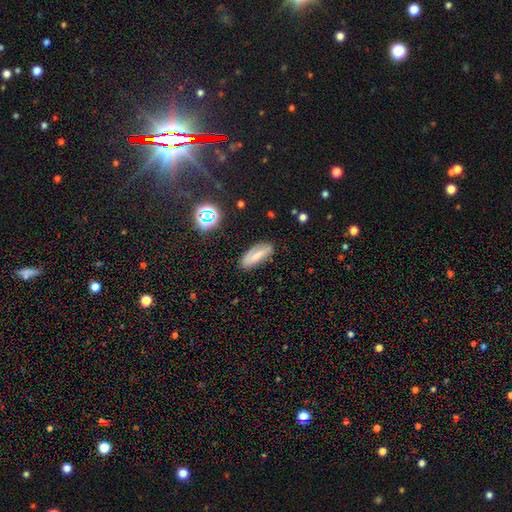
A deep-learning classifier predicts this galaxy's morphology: Smooth or featured? smooth (54%)
How rounded? in between (67%)
Merging? none (79%)